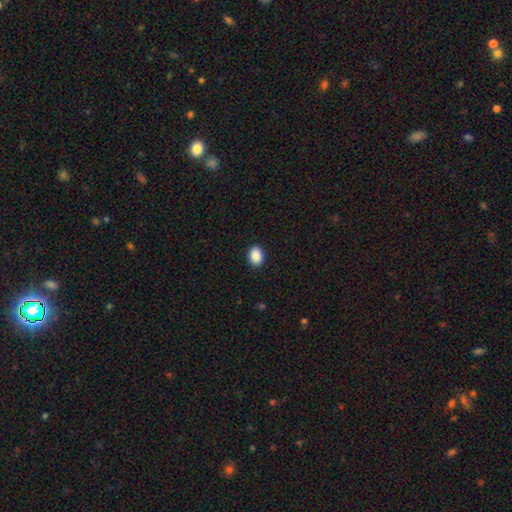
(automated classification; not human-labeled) Q: Smooth or featured?
A: smooth (90%); runner-up: star or artifact (8%)
Q: How rounded?
A: in between (71%); runner-up: round (28%)
Q: Merging?
A: none (90%); runner-up: minor disturbance (7%)